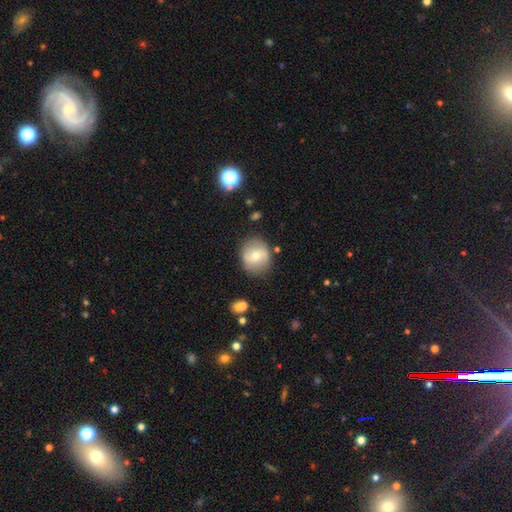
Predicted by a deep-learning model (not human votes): This is possibly a smooth galaxy (54%). How rounded: likely round (78%). Merging: clearly none (81%).